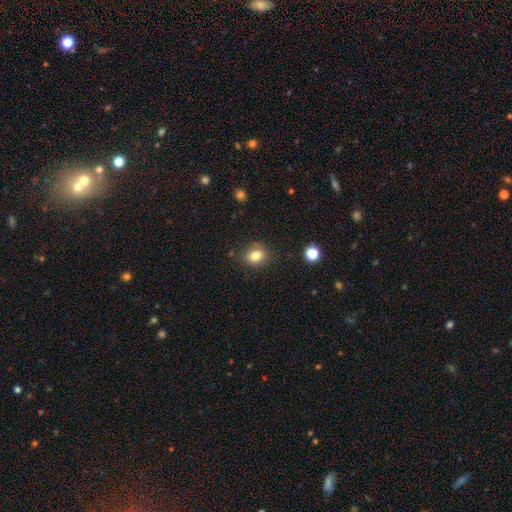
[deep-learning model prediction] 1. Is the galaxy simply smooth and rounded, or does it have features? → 81% smooth, 12% star or artifact, 7% featured or disk.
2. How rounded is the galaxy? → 66% round, 33% in between, 1% cigar-shaped.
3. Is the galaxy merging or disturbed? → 83% none, 12% minor disturbance, 3% major disturbance, 2% merger.